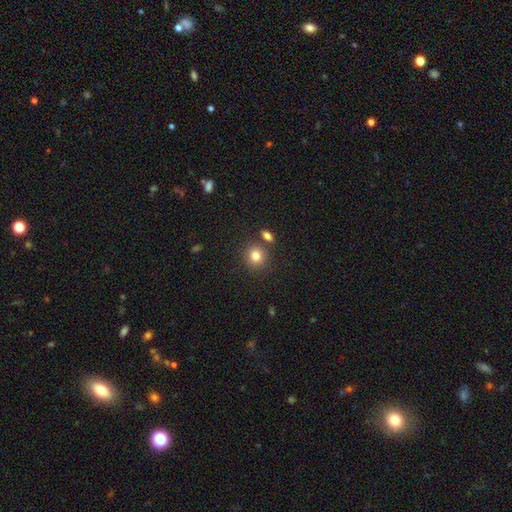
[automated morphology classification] Q: Smooth or featured?
A: smooth (82%); runner-up: star or artifact (11%)
Q: How rounded?
A: round (85%); runner-up: in between (14%)
Q: Merging?
A: none (75%); runner-up: merger (13%)